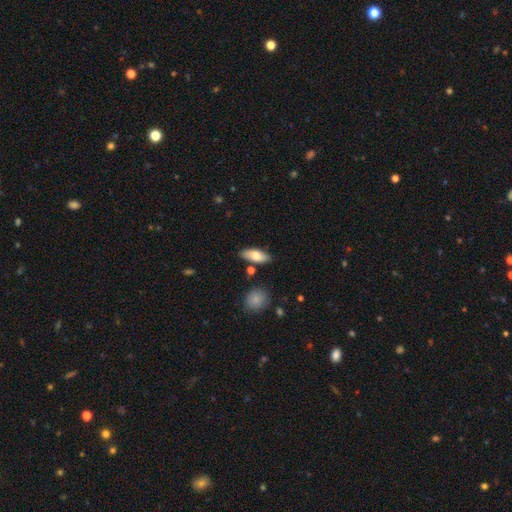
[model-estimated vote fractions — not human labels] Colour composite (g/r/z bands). It shows a smooth galaxy with no disk features (74%) that is in between round and cigar-shaped (81%). Merging: none (82%).